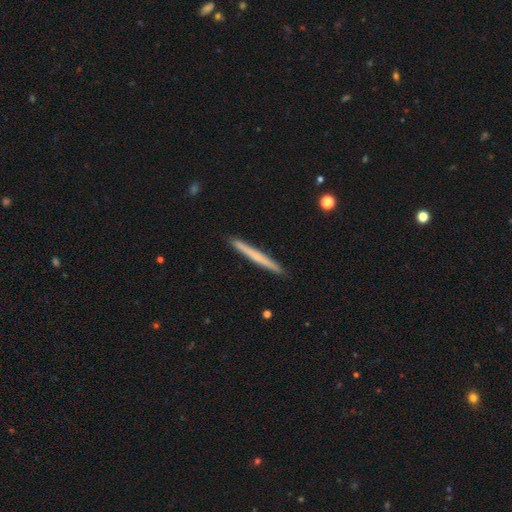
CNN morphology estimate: Smooth or featured: smooth — 54% (featured or disk — 40%)
How rounded: cigar-shaped — 97% (in between — 2%)
Merging: none — 92% (minor disturbance — 5%)